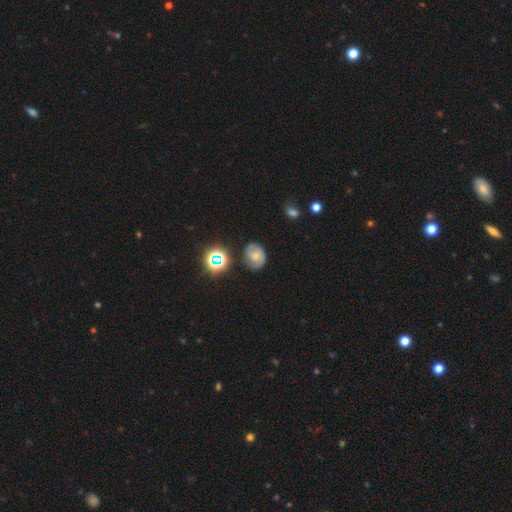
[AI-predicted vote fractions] Smooth or featured: featured or disk — 52% (smooth — 35%)
Edge-on disk: no — 97% (yes — 3%)
Bar: no — 58% (weak — 35%)
Spiral arms: yes — 88% (no — 12%)
Bulge size: small — 49% (moderate — 37%)
Merging: none — 73% (minor disturbance — 19%)